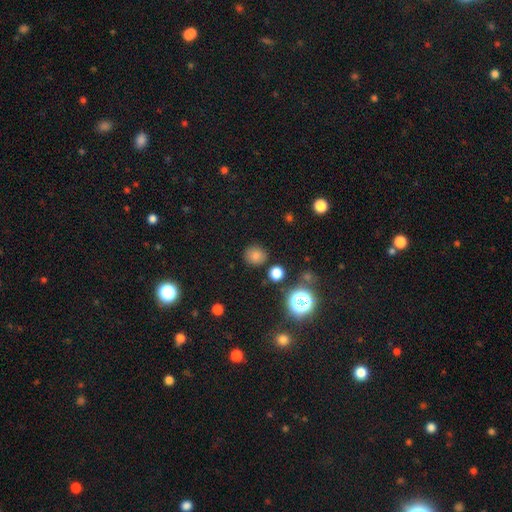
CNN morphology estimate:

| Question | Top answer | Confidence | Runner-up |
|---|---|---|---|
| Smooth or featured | smooth | 77% | star or artifact (17%) |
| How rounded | round | 83% | in between (16%) |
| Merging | none | 84% | minor disturbance (10%) |